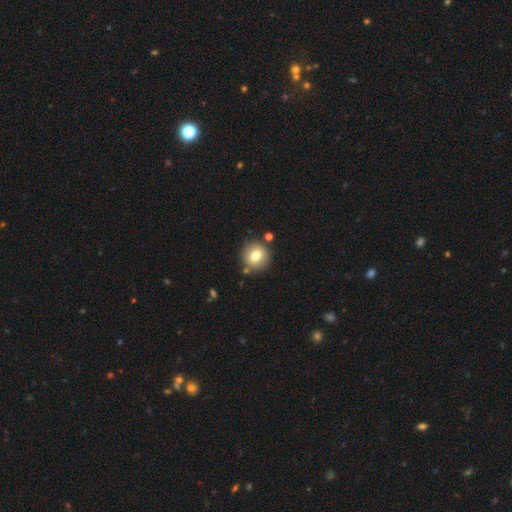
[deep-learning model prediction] smooth_or_featured: smooth (p=0.76) [alt: featured or disk p=0.15]
how_rounded: round (p=0.90) [alt: in between p=0.09]
merging: none (p=0.82) [alt: minor disturbance p=0.09]